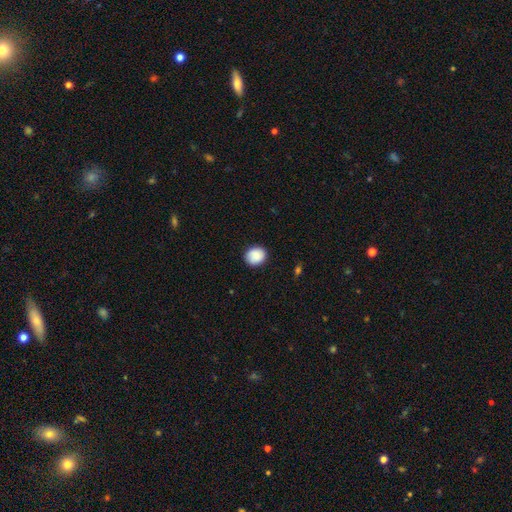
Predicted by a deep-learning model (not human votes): Smooth or featured? smooth (89%)
How rounded? round (67%)
Merging? none (88%)